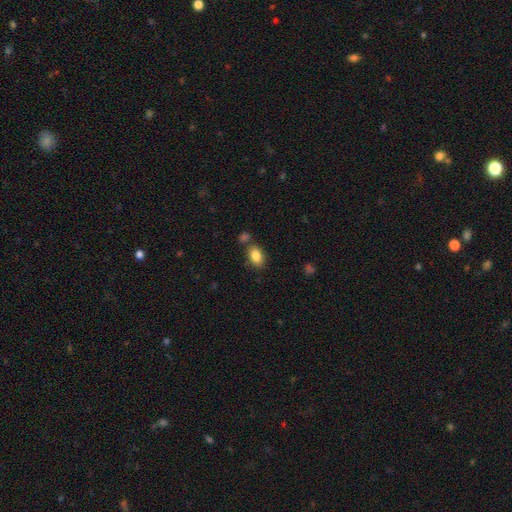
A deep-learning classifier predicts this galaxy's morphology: A smooth galaxy with no disk features (85%) that is in between round and cigar-shaped (84%). Merging: none (72%).